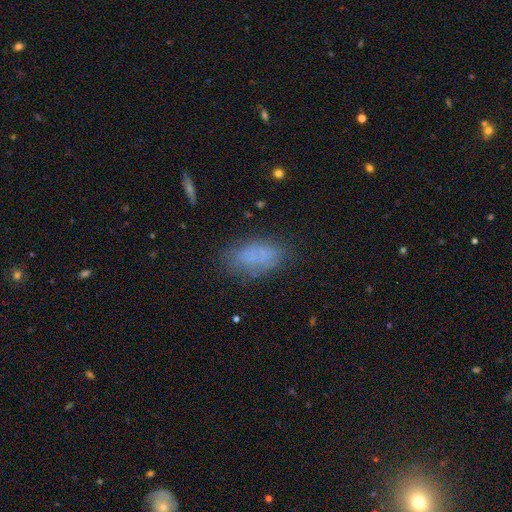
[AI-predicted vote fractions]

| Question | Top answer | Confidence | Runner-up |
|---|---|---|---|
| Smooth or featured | smooth | 74% | featured or disk (14%) |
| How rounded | in between | 89% | cigar-shaped (7%) |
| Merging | none | 75% | minor disturbance (17%) |